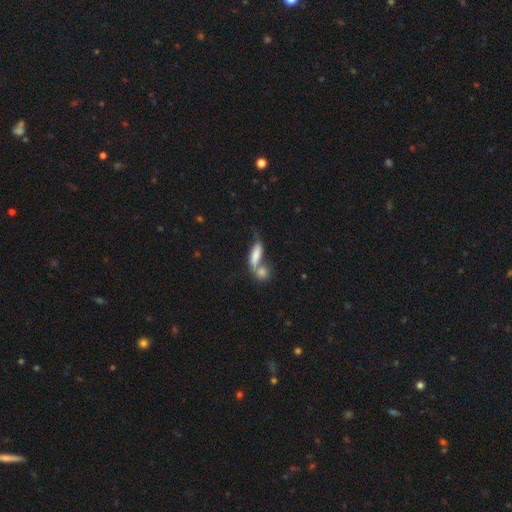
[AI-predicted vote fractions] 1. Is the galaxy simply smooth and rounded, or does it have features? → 76% smooth, 16% featured or disk, 8% star or artifact.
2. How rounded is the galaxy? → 58% in between, 38% cigar-shaped, 4% round.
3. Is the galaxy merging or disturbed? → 58% merger, 25% none, 10% minor disturbance, 7% major disturbance.